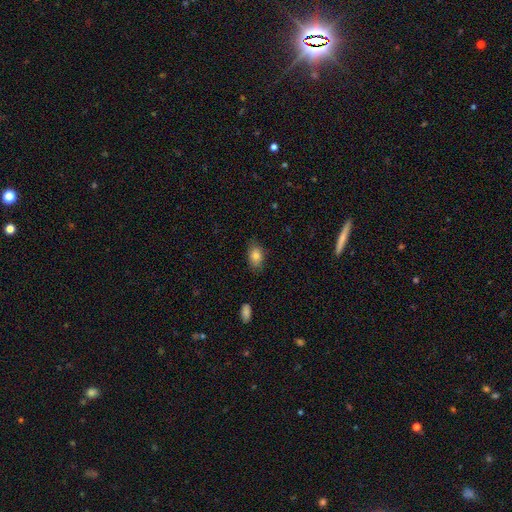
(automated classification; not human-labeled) Smooth or featured?
  - smooth: 83% *
  - featured or disk: 9%
  - star or artifact: 9%
How rounded?
  - in between: 84% *
  - round: 14%
  - cigar-shaped: 2%
Merging?
  - none: 79% *
  - minor disturbance: 16%
  - major disturbance: 3%
  - merger: 1%